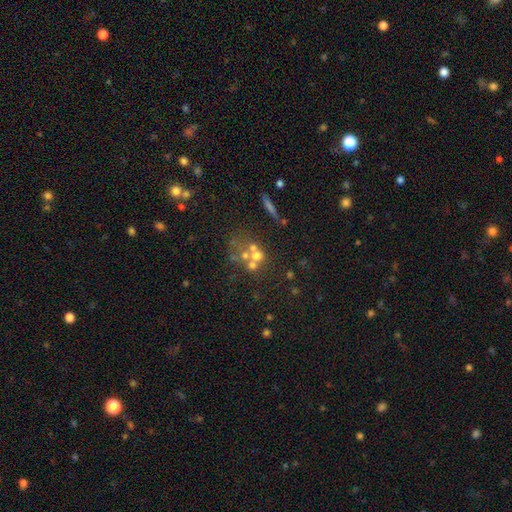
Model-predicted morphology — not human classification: Smooth or featured? smooth (42%)
Merging? merger (49%)